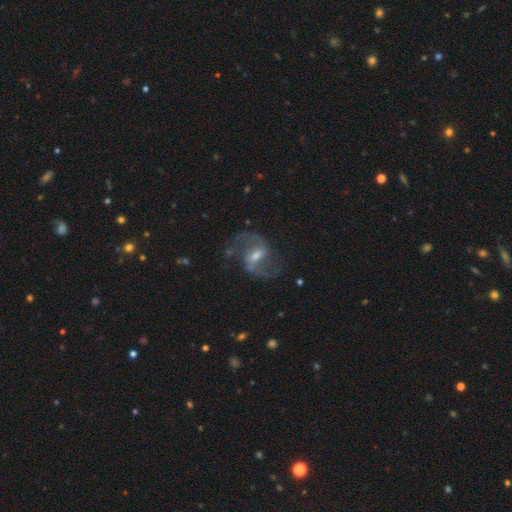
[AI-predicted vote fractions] Smooth or featured: featured or disk — 89% (smooth — 6%)
Edge-on disk: no — 98% (yes — 2%)
Bar: weak — 56% (strong — 28%)
Spiral arms: yes — 96% (no — 4%)
Spiral winding: medium — 48% (loose — 45%)
Spiral arm count: 2 — 93% (can't tell — 2%)
Bulge size: moderate — 55% (small — 32%)
Merging: none — 75% (minor disturbance — 14%)